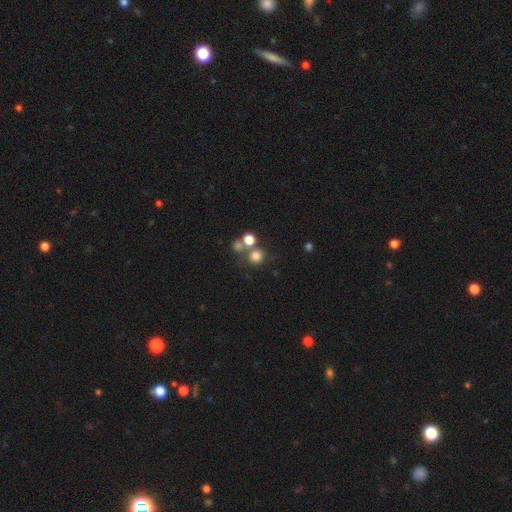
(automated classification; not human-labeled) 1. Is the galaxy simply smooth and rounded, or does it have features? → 75% smooth, 16% star or artifact, 8% featured or disk.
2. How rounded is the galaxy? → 91% round, 8% in between, 1% cigar-shaped.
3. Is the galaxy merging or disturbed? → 63% none, 25% merger, 8% minor disturbance, 4% major disturbance.